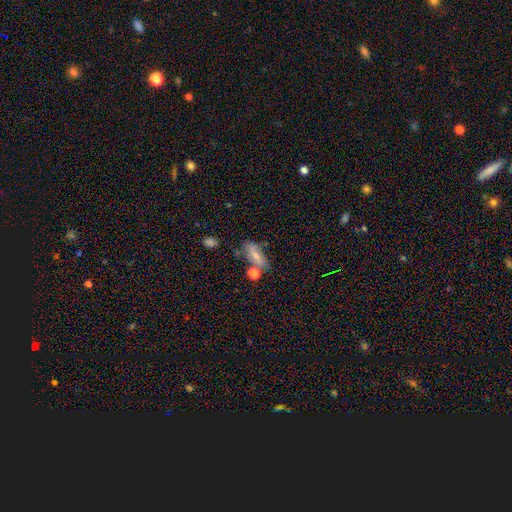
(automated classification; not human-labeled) This appears to be a smooth galaxy with no disk features (55%) that is in between round and cigar-shaped (76%). Merging: none (50%).